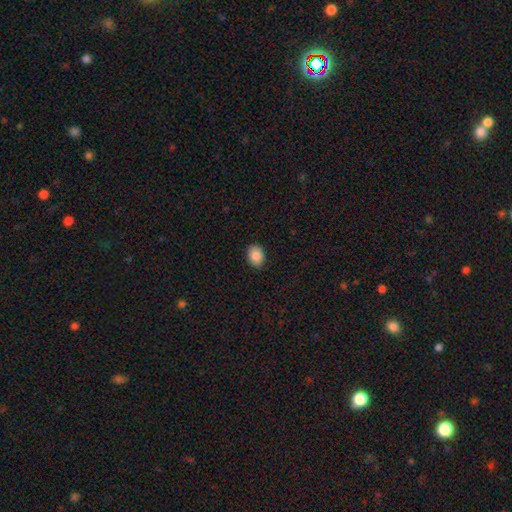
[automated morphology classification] This appears to be a smooth galaxy with no disk features (86%) that is in between round and cigar-shaped (59%). Merging: none (89%).